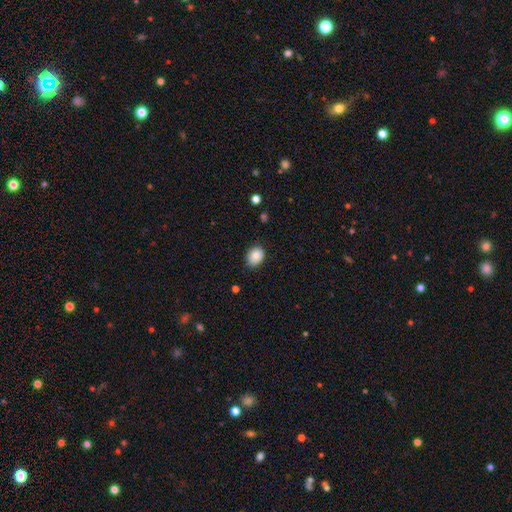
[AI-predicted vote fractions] Overall: smooth (85%). How rounded: in between (58%; round 41%). Merging: none (80%).